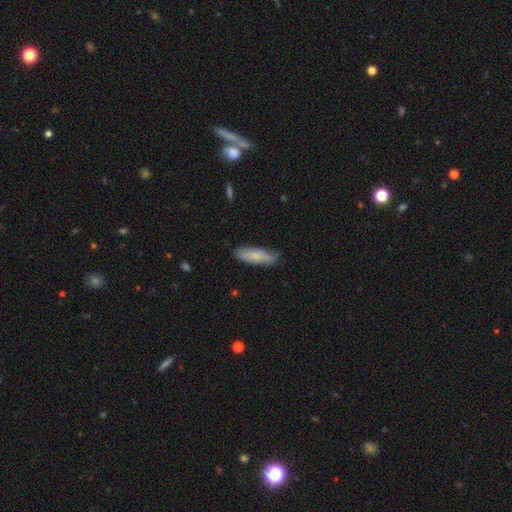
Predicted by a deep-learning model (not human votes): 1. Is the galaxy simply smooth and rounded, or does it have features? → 70% smooth, 24% featured or disk, 6% star or artifact.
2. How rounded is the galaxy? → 49% cigar-shaped (tied), 49% in between (tied), 2% round.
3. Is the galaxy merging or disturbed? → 67% none, 27% minor disturbance, 5% major disturbance, 2% merger.